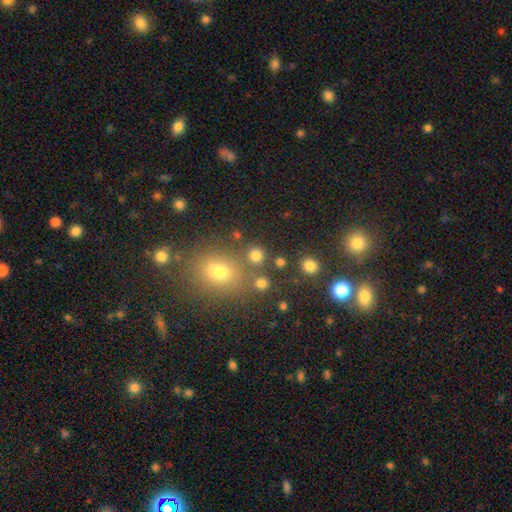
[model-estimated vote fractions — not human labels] A smooth galaxy with no disk features (77%) that is round (88%).

Vote fractions:
- Smooth or featured? smooth: 77% / star or artifact: 17% / featured or disk: 6%
- How rounded? round: 88% / in between: 11% / cigar-shaped: 1%
- Merging? none: 75% / merger: 14% / minor disturbance: 8% / major disturbance: 4%